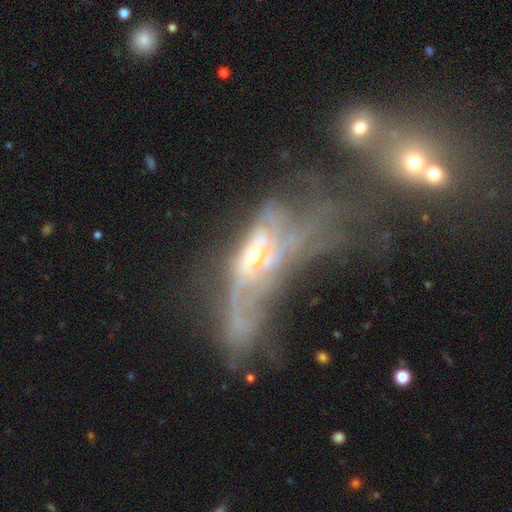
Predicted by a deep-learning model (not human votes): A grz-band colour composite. It shows a featured or disk galaxy (64%). Merging: major disturbance (40%).